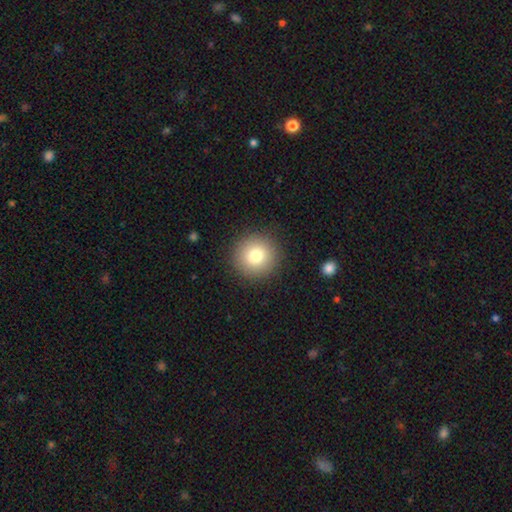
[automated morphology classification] Smooth or featured: smooth — 79% (featured or disk — 11%)
How rounded: round — 95% (in between — 5%)
Merging: none — 91% (minor disturbance — 6%)